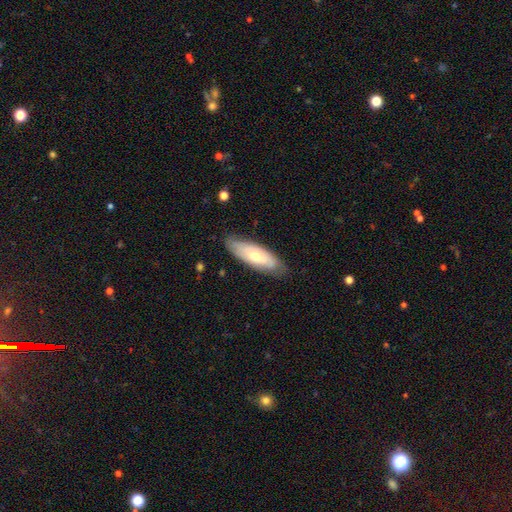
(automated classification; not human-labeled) A smooth galaxy with no disk features (53%) that is in between round and cigar-shaped (60%).

Vote fractions:
- Smooth or featured? smooth: 53% / featured or disk: 42% / star or artifact: 6%
- How rounded? in between: 60% / cigar-shaped: 38% / round: 2%
- Merging? none: 78% / minor disturbance: 18% / major disturbance: 3% / merger: 1%